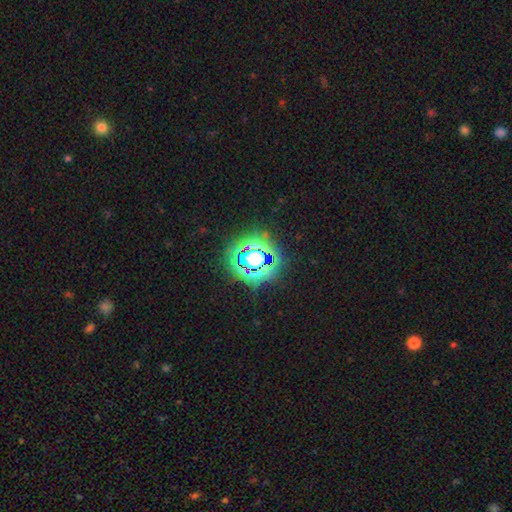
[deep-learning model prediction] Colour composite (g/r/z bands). It shows a star or artifact, not a galaxy (83%).